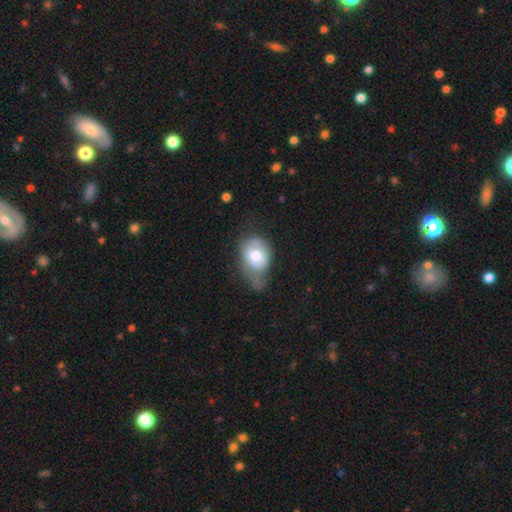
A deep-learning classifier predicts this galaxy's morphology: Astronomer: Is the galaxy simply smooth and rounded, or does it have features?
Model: smooth — 65%.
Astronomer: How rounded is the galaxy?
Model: in between — 64%.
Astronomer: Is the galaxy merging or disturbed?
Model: minor disturbance — 37% (runner-up: major disturbance, 34%).